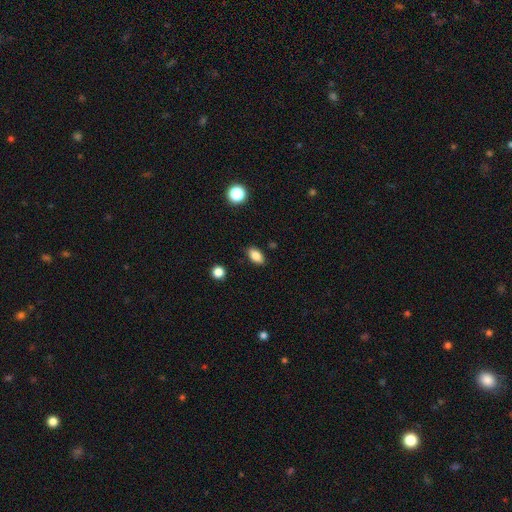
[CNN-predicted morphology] smooth 85%, star or artifact 9%, featured or disk 6%. Down the decision tree: how rounded — in between (89%); merging — none (86%).